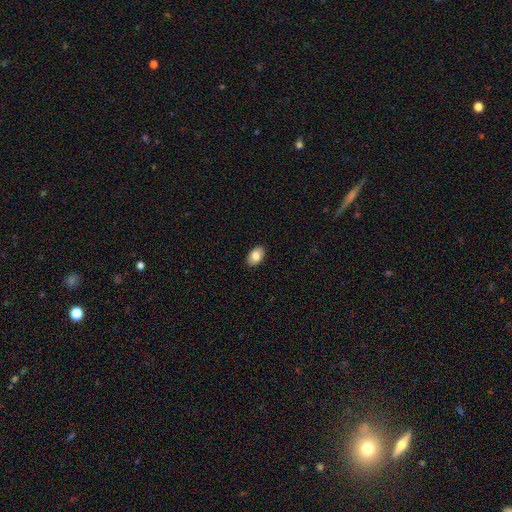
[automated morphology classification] Overall: smooth (82%). How rounded: in between (92%). Merging: none (89%).